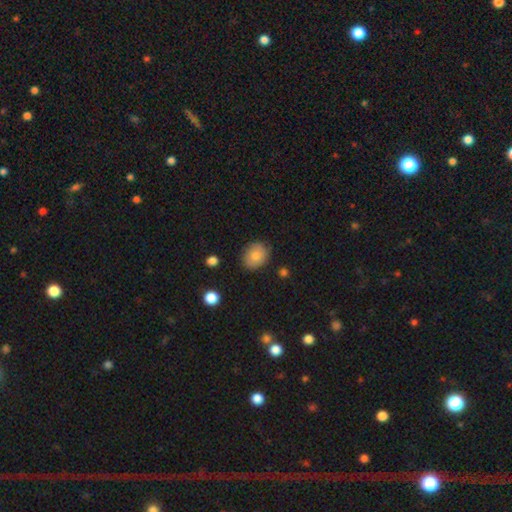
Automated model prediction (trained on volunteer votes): Smooth or featured?
  - smooth: 83% *
  - featured or disk: 9%
  - star or artifact: 8%
How rounded?
  - round: 53% *
  - in between: 46%
  - cigar-shaped: 1%
Merging?
  - none: 83% *
  - minor disturbance: 12%
  - major disturbance: 3%
  - merger: 2%